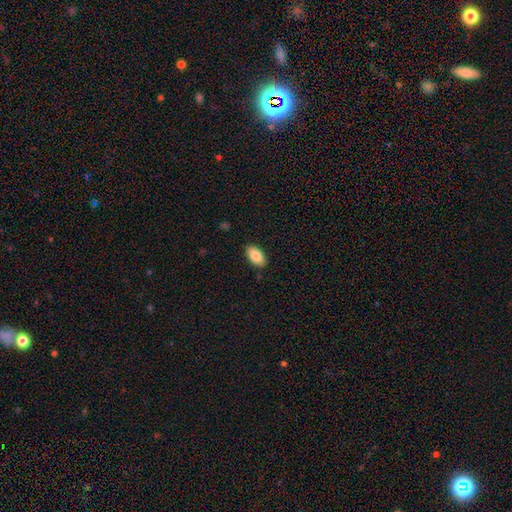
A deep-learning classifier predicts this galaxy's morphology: Smooth or featured: smooth — 84% (featured or disk — 9%)
How rounded: in between — 94% (round — 4%)
Merging: none — 88% (minor disturbance — 9%)